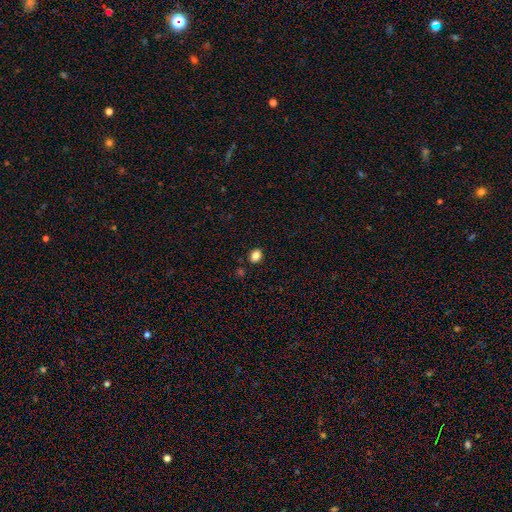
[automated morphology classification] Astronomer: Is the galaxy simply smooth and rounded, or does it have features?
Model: smooth — 85%.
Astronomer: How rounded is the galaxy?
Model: in between — 64%.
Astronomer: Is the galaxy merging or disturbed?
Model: none — 86%.